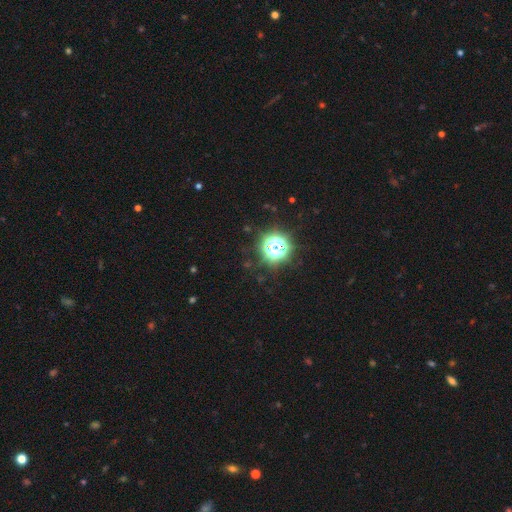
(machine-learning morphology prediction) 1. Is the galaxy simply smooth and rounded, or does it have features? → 79% star or artifact, 15% smooth, 6% featured or disk.